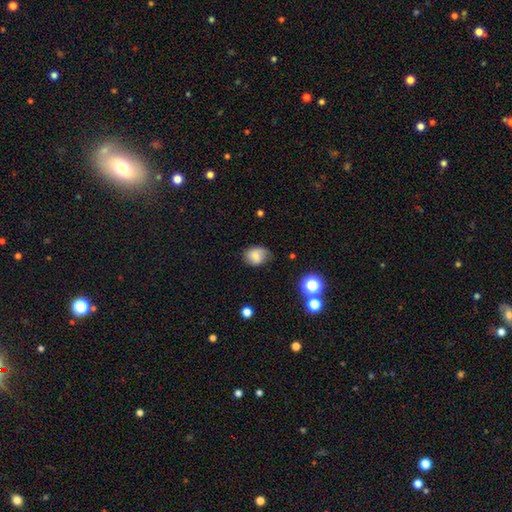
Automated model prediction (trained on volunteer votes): This appears to be a smooth galaxy with no disk features (75%) that is in between round and cigar-shaped (56%). Merging: none (63%).